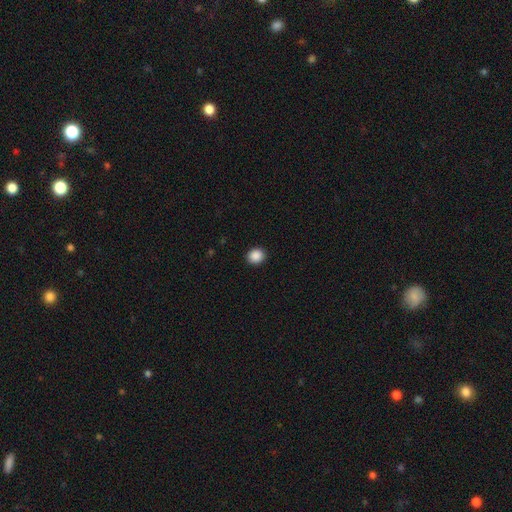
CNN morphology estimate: Q: Smooth or featured?
A: smooth (89%); runner-up: star or artifact (9%)
Q: How rounded?
A: round (81%); runner-up: in between (18%)
Q: Merging?
A: none (92%); runner-up: minor disturbance (5%)